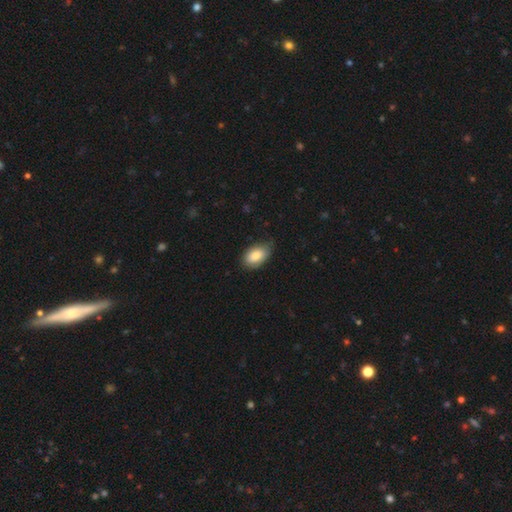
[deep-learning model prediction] Morphology: type=smooth (83%); roundness=in between (93%); merging=none (64%).